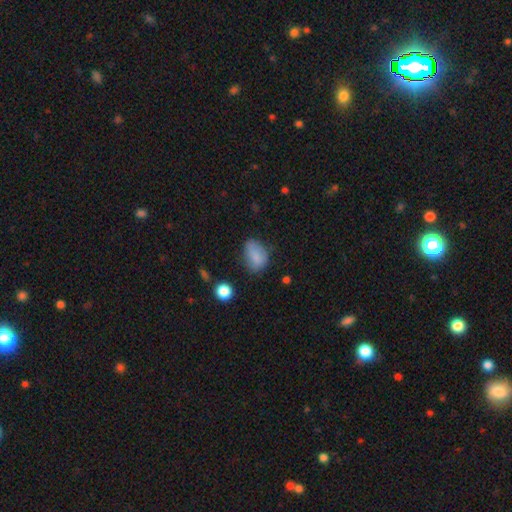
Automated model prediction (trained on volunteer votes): Smooth or featured?
  - smooth: 80% *
  - featured or disk: 10%
  - star or artifact: 9%
How rounded?
  - in between: 77% *
  - round: 21%
  - cigar-shaped: 1%
Merging?
  - none: 55% *
  - minor disturbance: 32%
  - major disturbance: 10%
  - merger: 3%